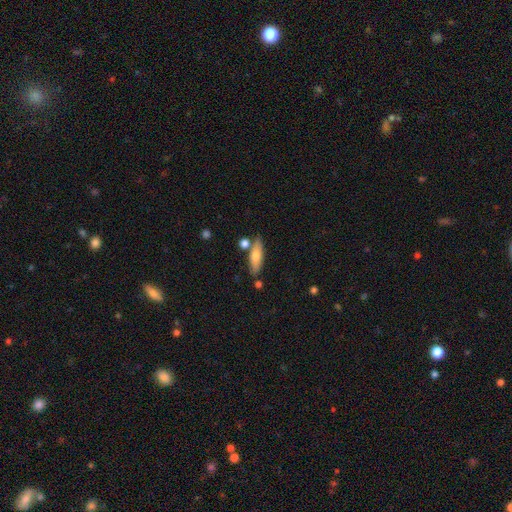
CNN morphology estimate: Smooth or featured: smooth — 69% (featured or disk — 25%)
How rounded: cigar-shaped — 51% (in between — 46%)
Merging: none — 74% (minor disturbance — 13%)